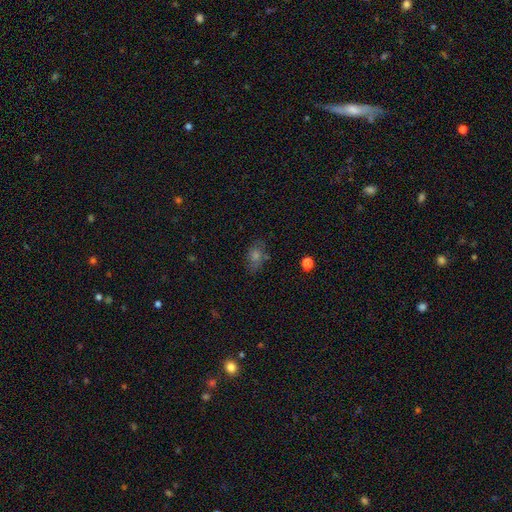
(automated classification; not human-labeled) smooth 54%, star or artifact 26%, featured or disk 20%. Down the decision tree: how rounded — in between (71%); merging — none (76%).